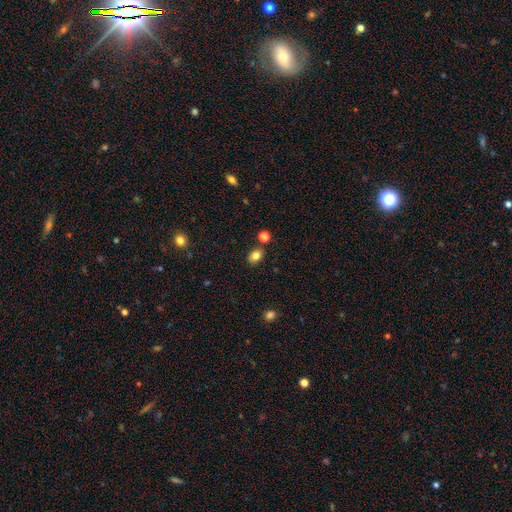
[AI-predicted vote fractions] Smooth or featured: smooth — 82% (star or artifact — 11%)
How rounded: in between — 66% (round — 33%)
Merging: none — 80% (minor disturbance — 10%)